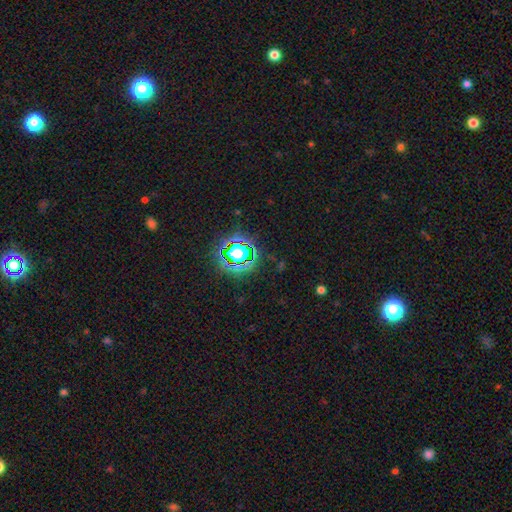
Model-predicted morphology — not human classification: Smooth or featured? Predicted: star or artifact (p=0.79).